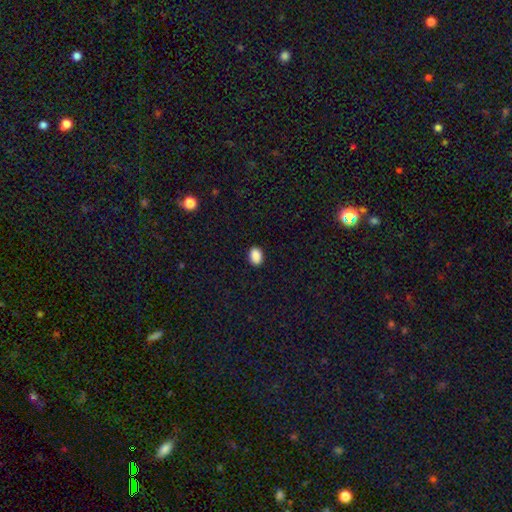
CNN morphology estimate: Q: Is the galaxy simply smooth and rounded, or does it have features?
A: smooth — 89%.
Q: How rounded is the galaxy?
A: in between — 75%.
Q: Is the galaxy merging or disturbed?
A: none — 90%.